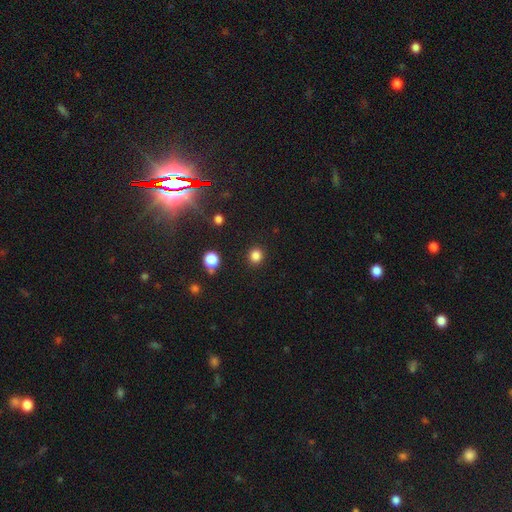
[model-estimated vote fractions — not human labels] Overall: smooth (84%). How rounded: round (88%). Merging: none (90%).